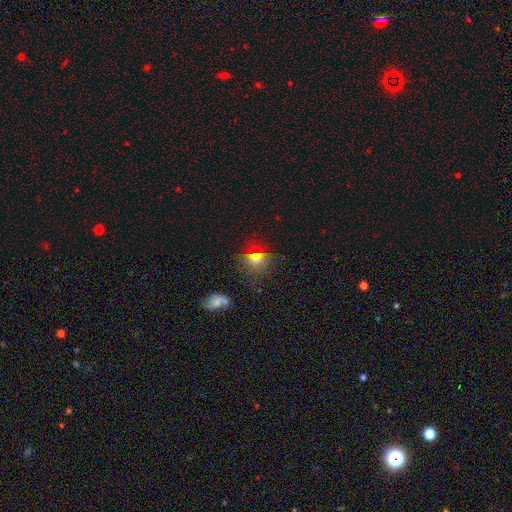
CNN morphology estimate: smooth_or_featured: smooth (p=0.54) [alt: star or artifact p=0.33]
how_rounded: round (p=0.79) [alt: in between p=0.19]
merging: none (p=0.68) [alt: merger p=0.13]